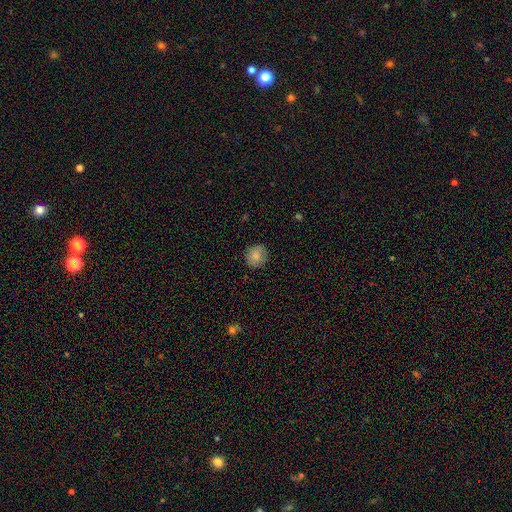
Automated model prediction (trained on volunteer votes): Morphology: type=smooth (85%); roundness=round (84%); merging=none (88%).